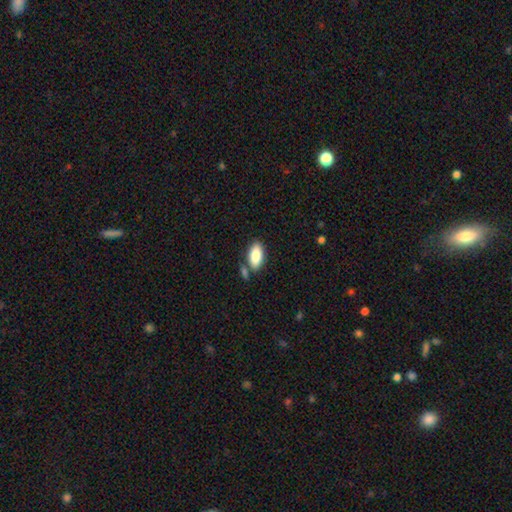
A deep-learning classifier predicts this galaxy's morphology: This is clearly a smooth galaxy (83%). How rounded: clearly in between (91%). Merging: likely none (72%).